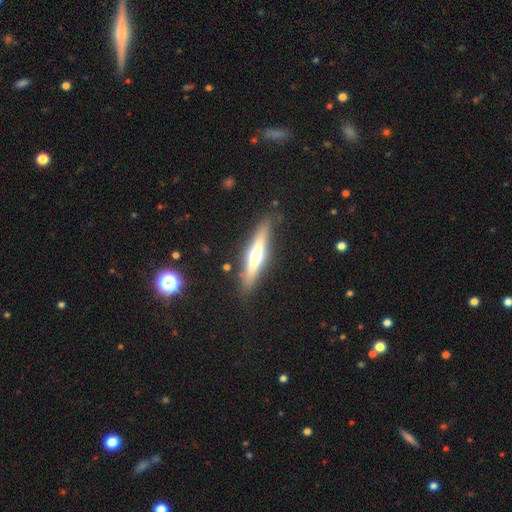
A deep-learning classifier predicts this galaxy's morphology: A featured or disk galaxy (60%) viewed edge-on (93%) with a rounded central bulge (87%).

Vote fractions:
- Smooth or featured? featured or disk: 60% / smooth: 34% / star or artifact: 6%
- Edge-on disk? yes: 93% / no: 7%
- Edge-on bulge? rounded: 87% / none: 7% / boxy: 6%
- Merging? none: 84% / minor disturbance: 11% / major disturbance: 3% / merger: 2%